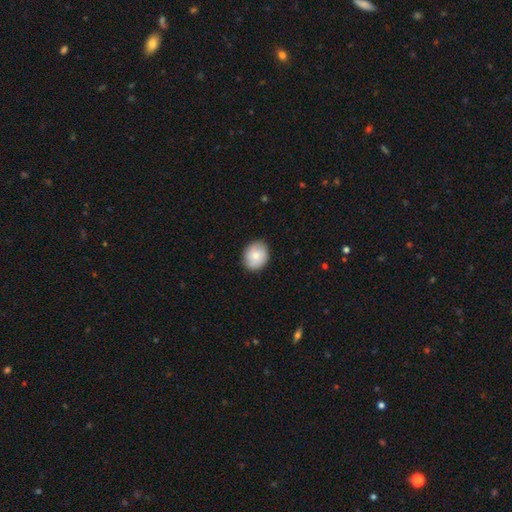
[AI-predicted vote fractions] Smooth or featured: smooth — 76% (featured or disk — 17%)
How rounded: round — 65% (in between — 34%)
Merging: none — 86% (minor disturbance — 11%)